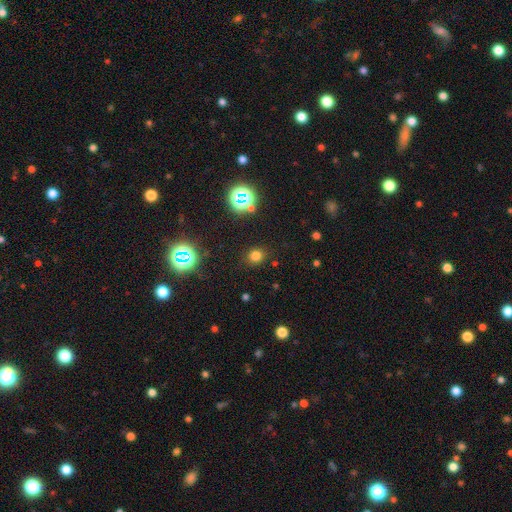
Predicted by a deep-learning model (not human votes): smooth_or_featured: smooth (p=0.71) [alt: star or artifact p=0.23]
how_rounded: round (p=0.84) [alt: in between p=0.15]
merging: none (p=0.87) [alt: minor disturbance p=0.08]